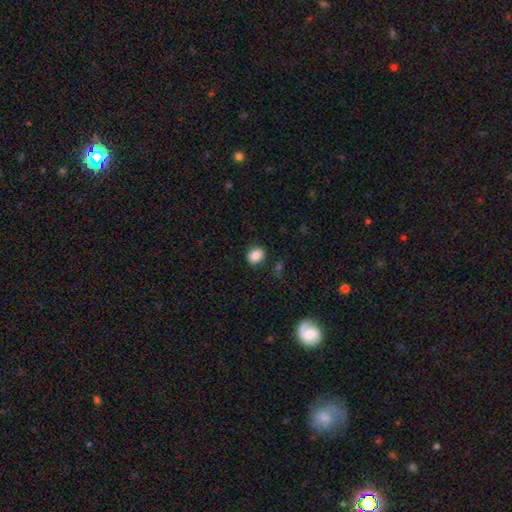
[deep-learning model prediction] This is clearly a smooth galaxy (86%). How rounded: possibly in between (51%). Merging: clearly none (85%).